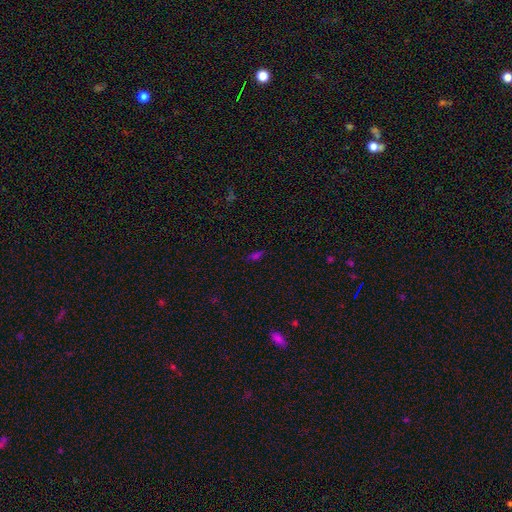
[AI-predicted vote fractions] The model was most divided on "smooth or featured": smooth: 59%, star or artifact: 32%, featured or disk: 10%. More confident: merging — none (77%); how rounded — in between (72%).